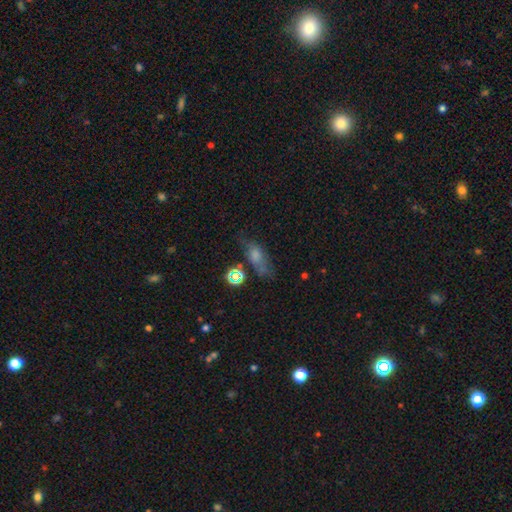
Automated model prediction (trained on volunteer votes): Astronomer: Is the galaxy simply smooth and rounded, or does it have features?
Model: smooth — 55%.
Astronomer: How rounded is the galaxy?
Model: in between — 59%.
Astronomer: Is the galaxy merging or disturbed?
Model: none — 54%.